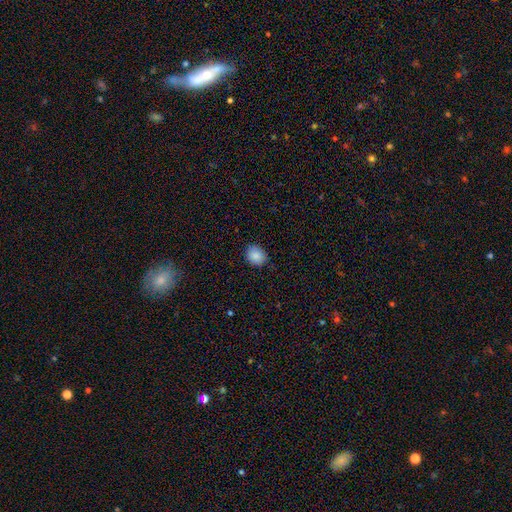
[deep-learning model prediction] Smooth or featured? Predicted: smooth (p=0.87). How rounded? Predicted: round (p=0.61). Merging? Predicted: none (p=0.85).